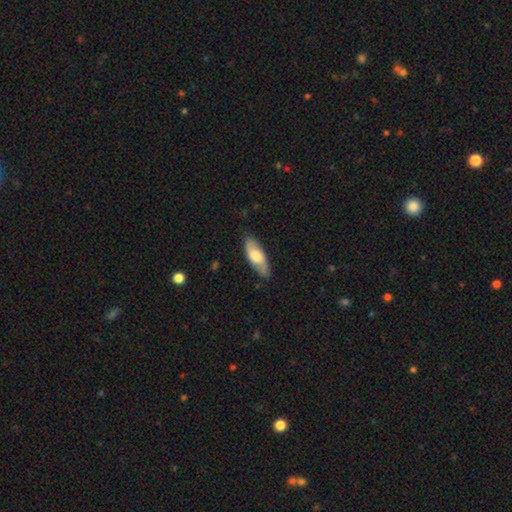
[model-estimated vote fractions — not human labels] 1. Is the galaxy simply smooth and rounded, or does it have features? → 56% smooth, 39% featured or disk, 5% star or artifact.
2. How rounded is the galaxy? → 73% in between, 25% cigar-shaped, 2% round.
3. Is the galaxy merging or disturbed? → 83% none, 13% minor disturbance, 3% major disturbance, 1% merger.